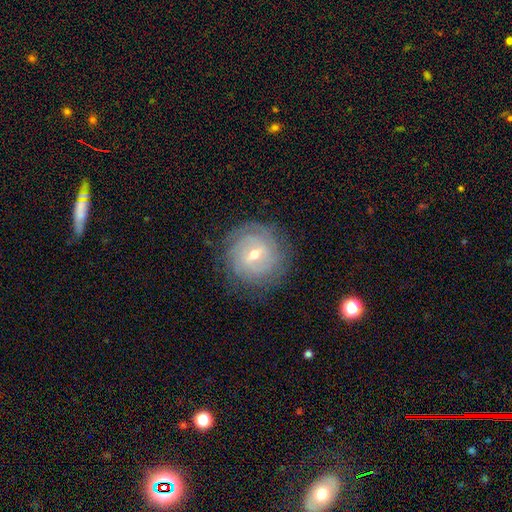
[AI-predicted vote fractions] featured or disk 72%, smooth 18%, star or artifact 10%. Down the decision tree: edge-on disk — no (96%); bar — weak (48%); spiral arms — yes (89%); spiral arm count — can't tell (43%); spiral winding — tight (79%); bulge size — small (51%); merging — none (84%).